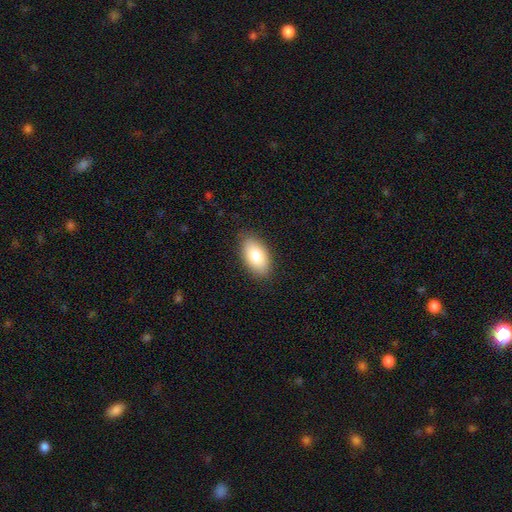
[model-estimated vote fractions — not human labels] Q: Smooth or featured?
A: smooth (82%); runner-up: featured or disk (12%)
Q: How rounded?
A: in between (94%); runner-up: round (4%)
Q: Merging?
A: none (86%); runner-up: minor disturbance (10%)